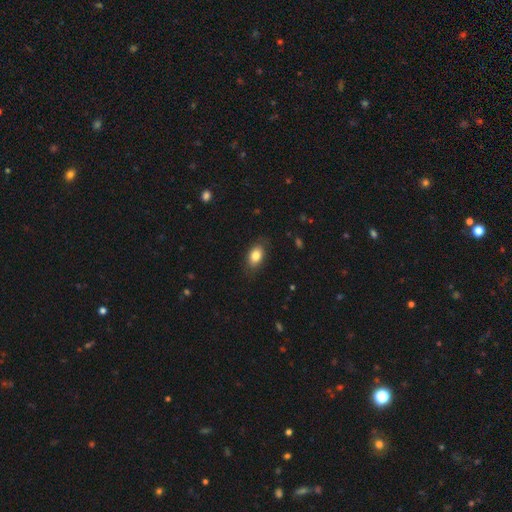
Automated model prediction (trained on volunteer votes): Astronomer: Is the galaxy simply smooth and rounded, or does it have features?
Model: smooth — 83%.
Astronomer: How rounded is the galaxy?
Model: in between — 88%.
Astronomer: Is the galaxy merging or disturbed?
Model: none — 82%.